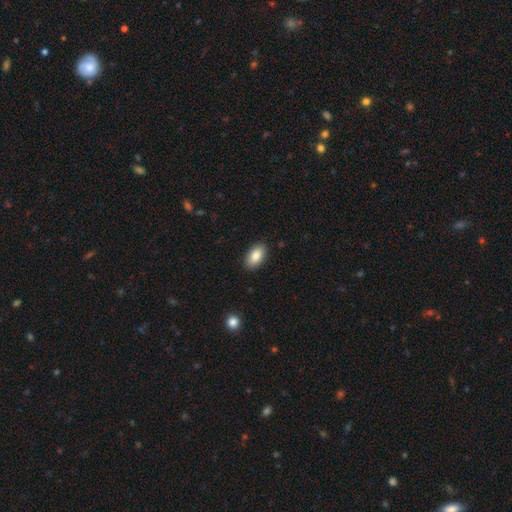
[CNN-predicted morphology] This is clearly a smooth galaxy (86%). How rounded: clearly in between (94%). Merging: clearly none (89%).